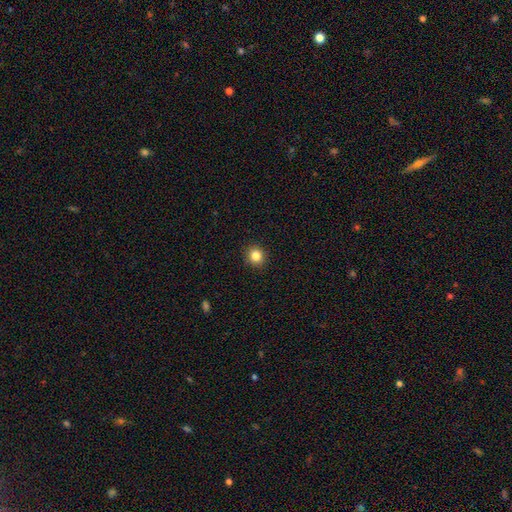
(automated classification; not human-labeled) smooth-or-featured: smooth: 84% | star or artifact: 11% | featured or disk: 5%
  how-rounded: round: 88% | in between: 11% | cigar-shaped: 1%
  merging: none: 92% | minor disturbance: 6% | major disturbance: 2% | merger: 1%